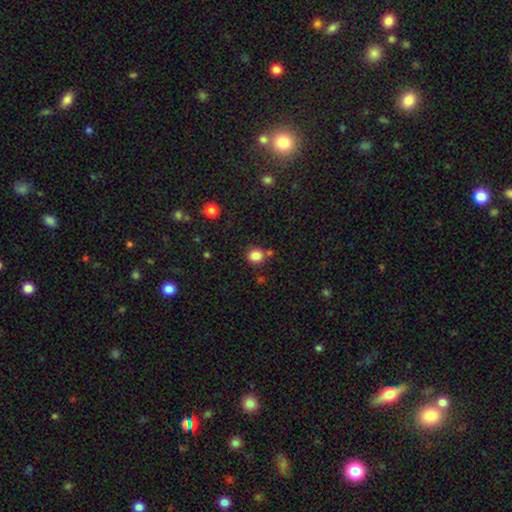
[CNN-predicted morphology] type=smooth (85%); roundness=round (82%); merging=none (78%).